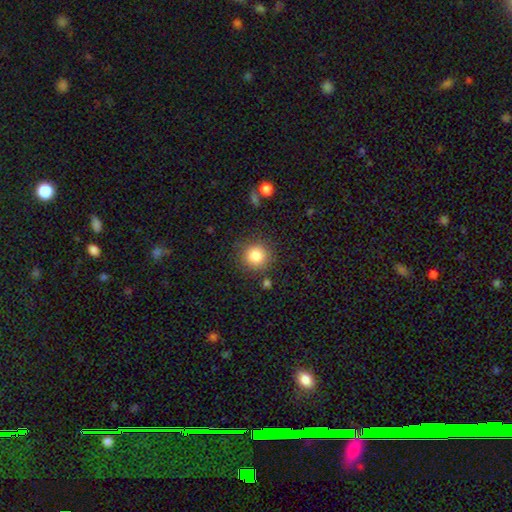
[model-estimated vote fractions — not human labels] Smooth or featured: smooth — 84% (star or artifact — 10%)
How rounded: round — 92% (in between — 7%)
Merging: none — 84% (minor disturbance — 9%)